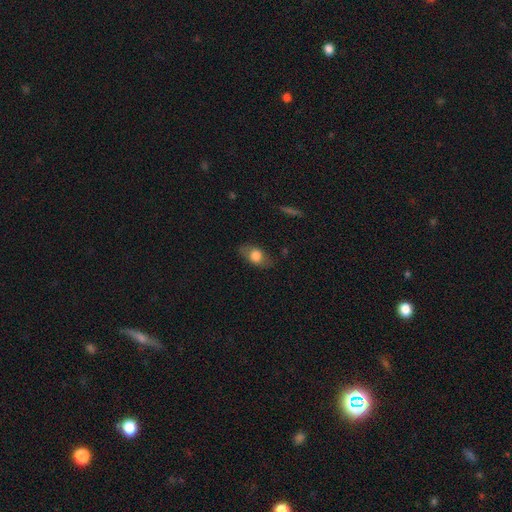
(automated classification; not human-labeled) Smooth or featured?
  - smooth: 70% *
  - featured or disk: 23%
  - star or artifact: 8%
How rounded?
  - in between: 83% *
  - round: 13%
  - cigar-shaped: 5%
Merging?
  - none: 74% *
  - minor disturbance: 18%
  - major disturbance: 6%
  - merger: 1%